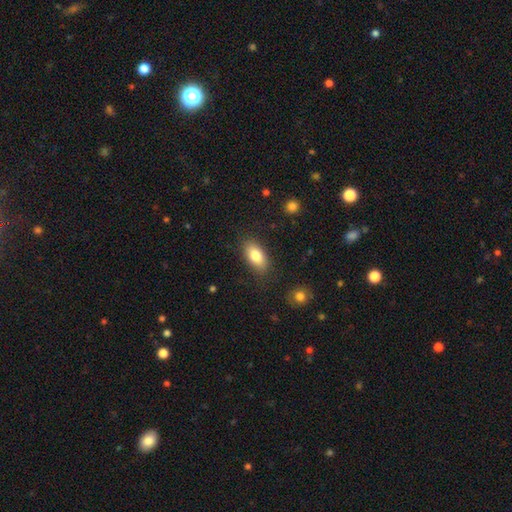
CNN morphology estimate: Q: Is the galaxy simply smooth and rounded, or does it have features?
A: smooth — 83%.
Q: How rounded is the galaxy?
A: in between — 91%.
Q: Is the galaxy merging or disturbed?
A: none — 83%.